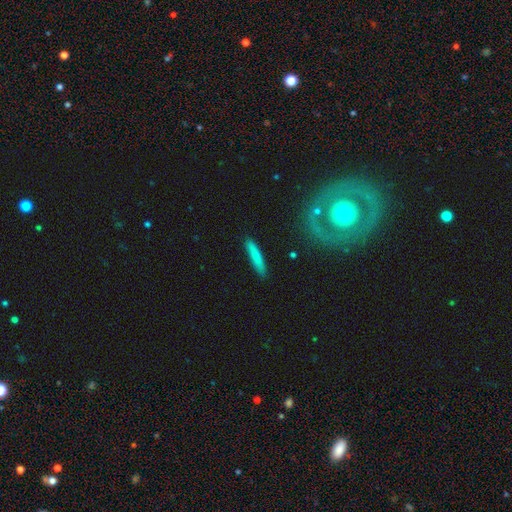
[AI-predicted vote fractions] This is likely a smooth galaxy (78%). How rounded: clearly cigar-shaped (91%). Merging: clearly none (88%).